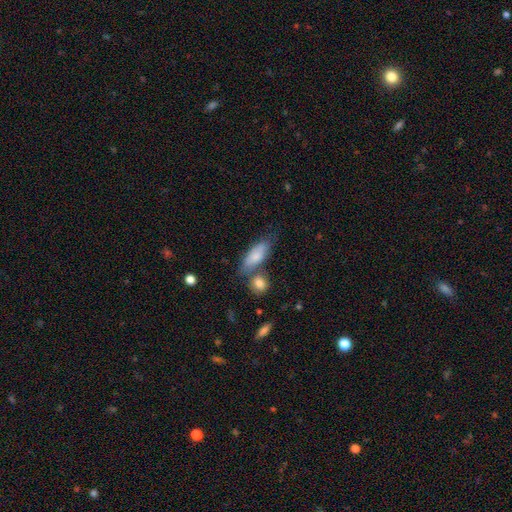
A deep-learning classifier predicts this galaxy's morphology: The model was most divided on "merging": none: 52%, merger: 23%, minor disturbance: 19%, major disturbance: 6%. More confident: smooth or featured — smooth (79%); how rounded — in between (71%).